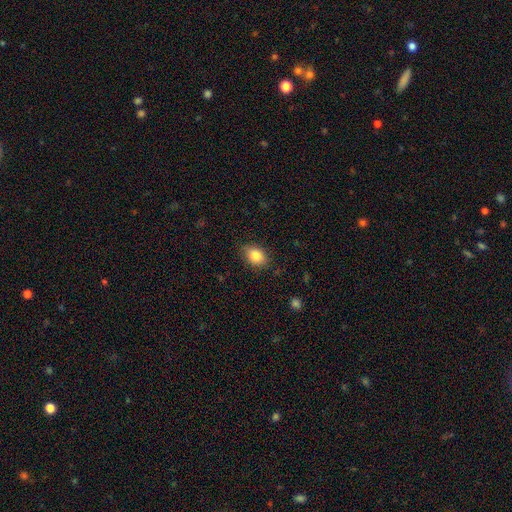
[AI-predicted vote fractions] Smooth or featured: smooth — 84% (star or artifact — 8%)
How rounded: in between — 73% (round — 25%)
Merging: none — 83% (minor disturbance — 14%)